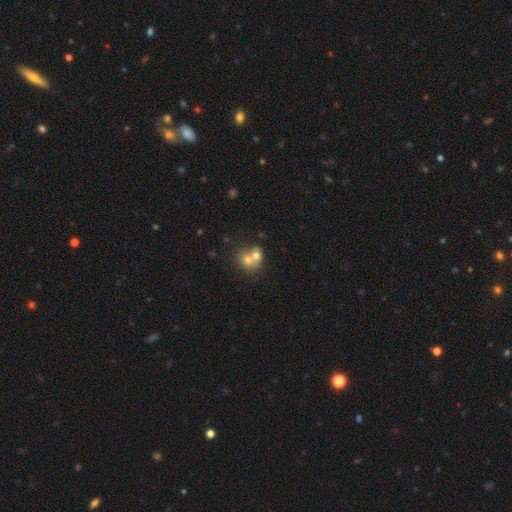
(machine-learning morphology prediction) A smooth galaxy with no disk features (60%) that is round (80%). Merging: none (44%, tied with merger).